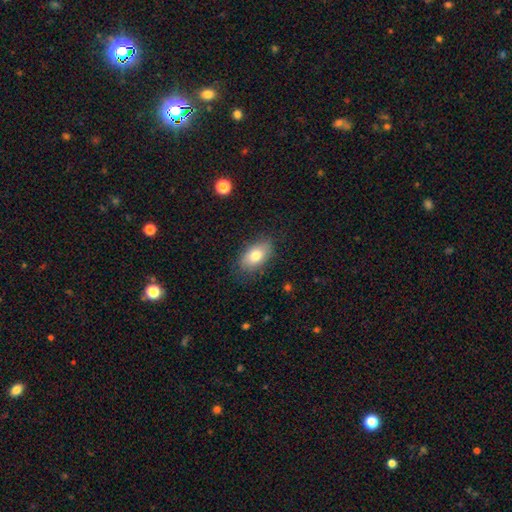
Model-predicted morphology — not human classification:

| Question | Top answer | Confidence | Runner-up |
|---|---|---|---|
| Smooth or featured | smooth | 78% | featured or disk (15%) |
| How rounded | in between | 90% | round (7%) |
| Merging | none | 80% | minor disturbance (15%) |